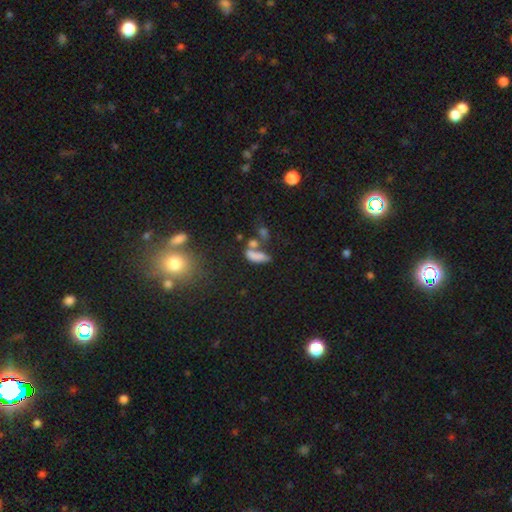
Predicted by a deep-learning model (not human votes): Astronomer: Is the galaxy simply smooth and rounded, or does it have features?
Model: smooth — 68%.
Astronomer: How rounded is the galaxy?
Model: in between — 69%.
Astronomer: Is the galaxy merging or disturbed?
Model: merger — 44% (runner-up: none, 28%).